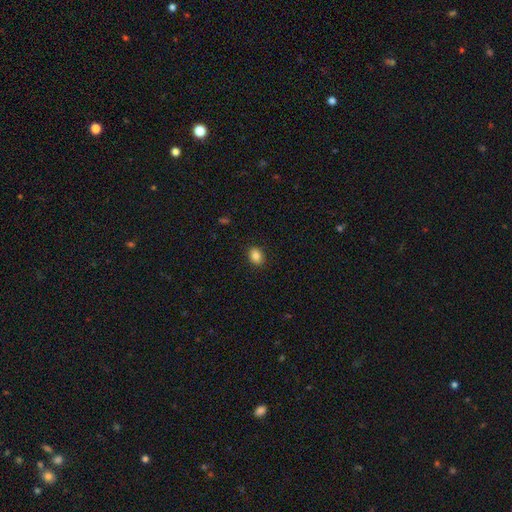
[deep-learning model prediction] Q: Smooth or featured?
A: smooth (85%); runner-up: star or artifact (9%)
Q: How rounded?
A: in between (67%); runner-up: round (32%)
Q: Merging?
A: none (88%); runner-up: minor disturbance (9%)